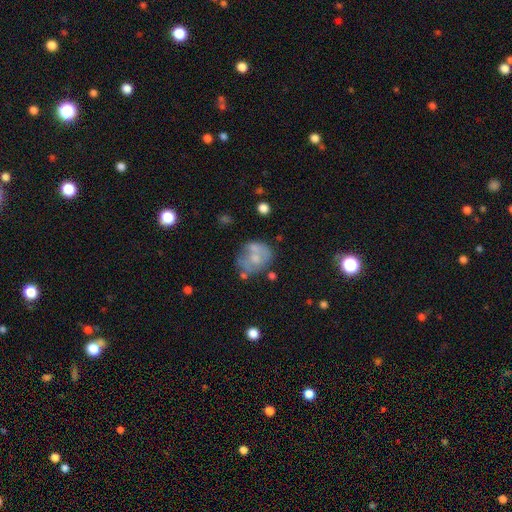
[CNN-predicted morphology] The model was most divided on "smooth or featured": smooth: 49%, featured or disk: 42%, star or artifact: 9%. Remaining: merging — none (45%).